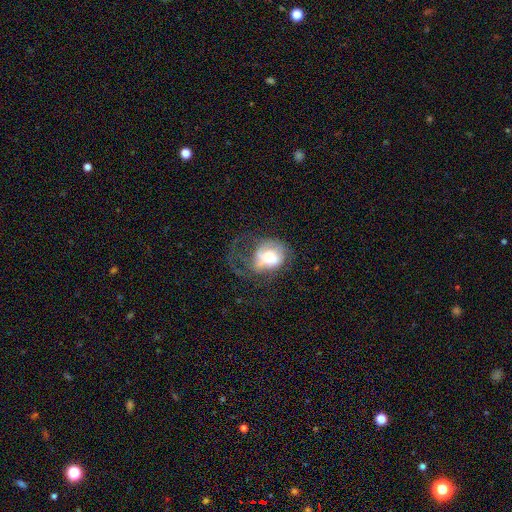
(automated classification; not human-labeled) Smooth or featured? Predicted: smooth (p=0.44, tied with featured or disk). Merging? Predicted: major disturbance (p=0.49).